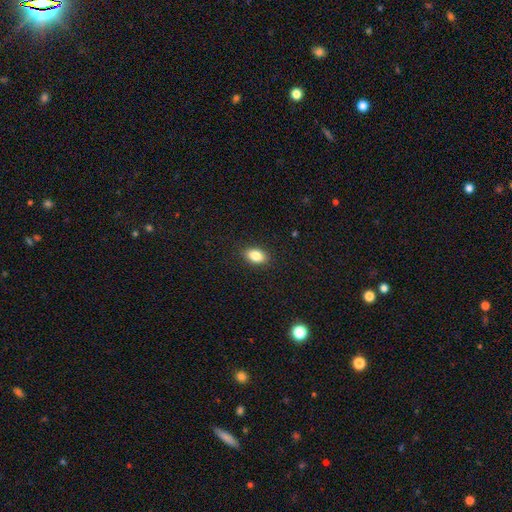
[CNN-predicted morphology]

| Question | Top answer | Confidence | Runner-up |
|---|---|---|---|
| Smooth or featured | smooth | 85% | star or artifact (8%) |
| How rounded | in between | 88% | round (10%) |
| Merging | none | 89% | minor disturbance (8%) |